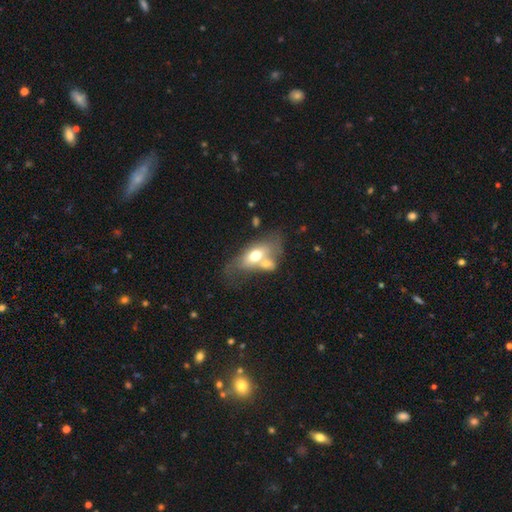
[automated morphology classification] Smooth or featured? smooth (57%)
How rounded? in between (81%)
Merging? merger (49%)